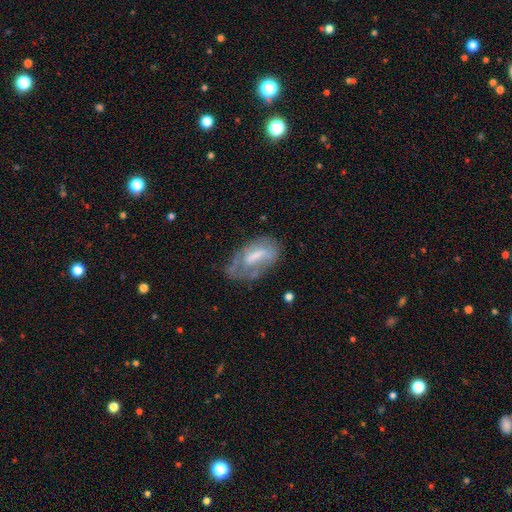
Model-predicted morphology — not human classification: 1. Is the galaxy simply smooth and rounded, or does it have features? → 52% featured or disk, 40% smooth, 8% star or artifact.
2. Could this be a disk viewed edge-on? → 92% no, 8% yes.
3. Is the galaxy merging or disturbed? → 43% none, 31% minor disturbance, 23% major disturbance, 4% merger.